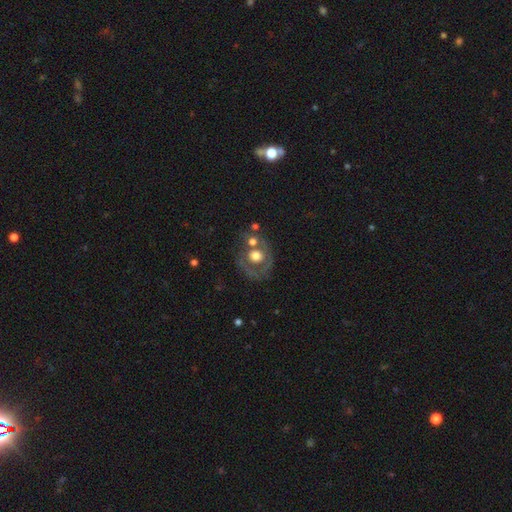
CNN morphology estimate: Q: Smooth or featured?
A: featured or disk (49%); runner-up: smooth (42%)
Q: Merging?
A: none (52%); runner-up: merger (18%)